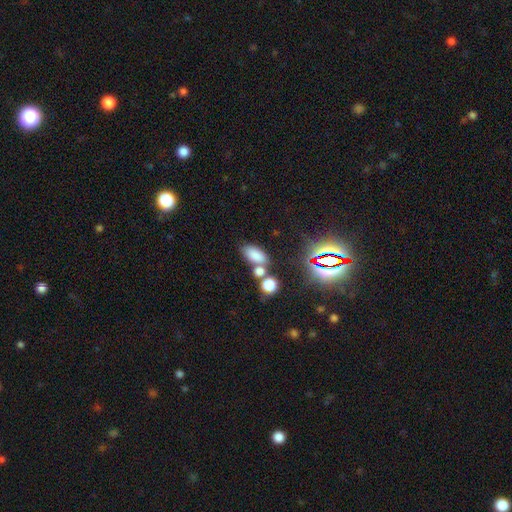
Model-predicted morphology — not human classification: Smooth or featured?
  - smooth: 76% *
  - star or artifact: 17%
  - featured or disk: 8%
How rounded?
  - in between: 87% *
  - round: 8%
  - cigar-shaped: 5%
Merging?
  - none: 55% *
  - merger: 28%
  - minor disturbance: 12%
  - major disturbance: 5%